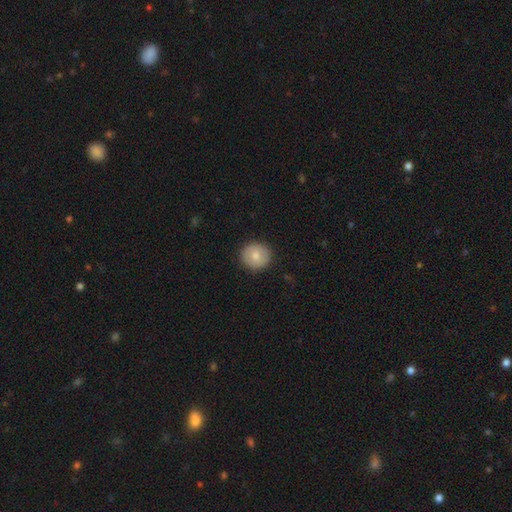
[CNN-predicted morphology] Overall: smooth (77%). How rounded: round (92%). Merging: none (90%).